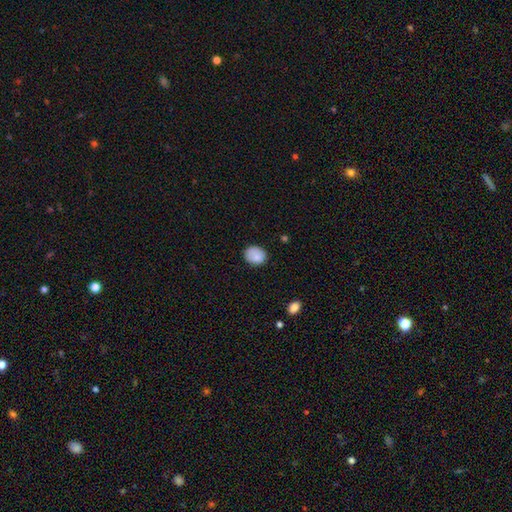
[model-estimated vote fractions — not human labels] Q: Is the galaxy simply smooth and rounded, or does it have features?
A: smooth — 84%.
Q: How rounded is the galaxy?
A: round — 57%.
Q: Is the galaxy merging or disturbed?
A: none — 78%.